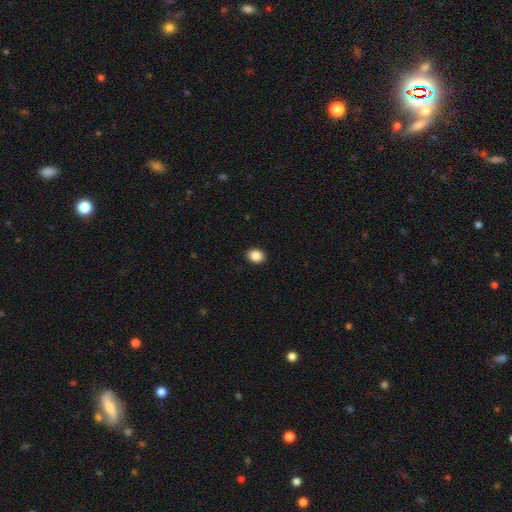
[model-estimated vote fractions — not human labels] A smooth galaxy with no disk features (88%) that is in between round and cigar-shaped (64%).

Vote fractions:
- Smooth or featured? smooth: 88% / star or artifact: 8% / featured or disk: 4%
- How rounded? in between: 64% / round: 35% / cigar-shaped: 1%
- Merging? none: 91% / minor disturbance: 6% / major disturbance: 2% / merger: 1%